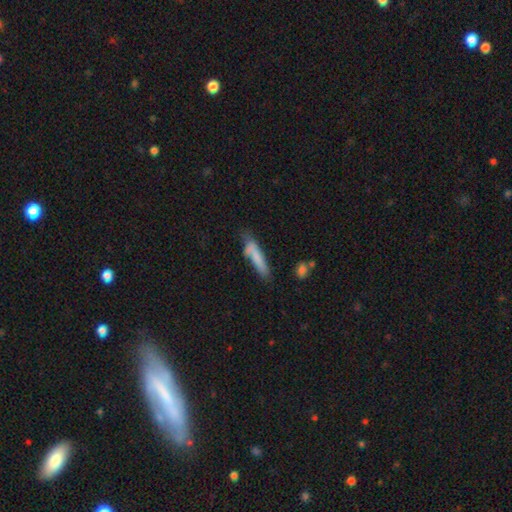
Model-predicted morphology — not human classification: Q: Smooth or featured?
A: smooth (75%); runner-up: featured or disk (18%)
Q: How rounded?
A: cigar-shaped (82%); runner-up: in between (16%)
Q: Merging?
A: none (55%); runner-up: minor disturbance (27%)